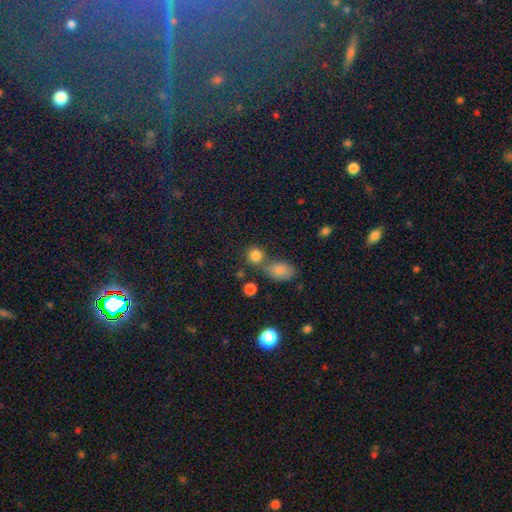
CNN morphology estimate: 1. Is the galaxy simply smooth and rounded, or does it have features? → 82% smooth, 12% star or artifact, 6% featured or disk.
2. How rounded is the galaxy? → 81% round, 17% in between, 1% cigar-shaped.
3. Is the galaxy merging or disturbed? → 58% none, 28% merger, 10% minor disturbance, 4% major disturbance.